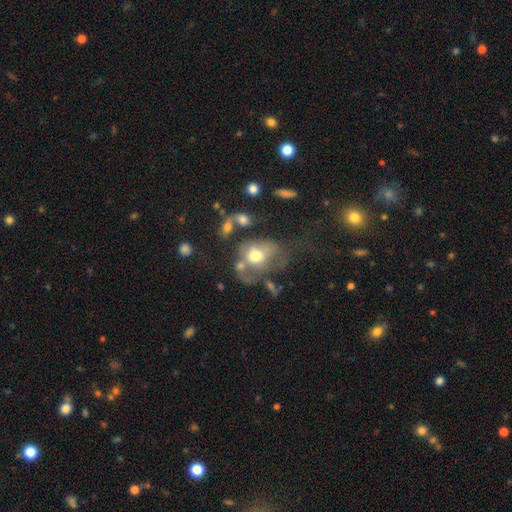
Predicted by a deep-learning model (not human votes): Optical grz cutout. It shows a smooth galaxy with no disk features (50%). Merging: major disturbance (39%).